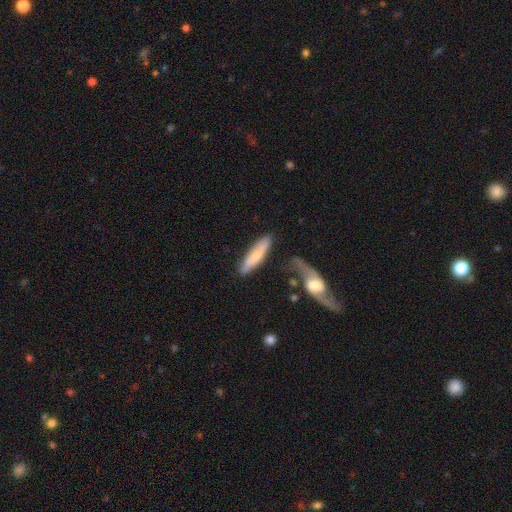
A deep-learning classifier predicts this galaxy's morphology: Smooth or featured? Predicted: smooth (p=0.62). How rounded? Predicted: cigar-shaped (p=0.73). Merging? Predicted: none (p=0.69).